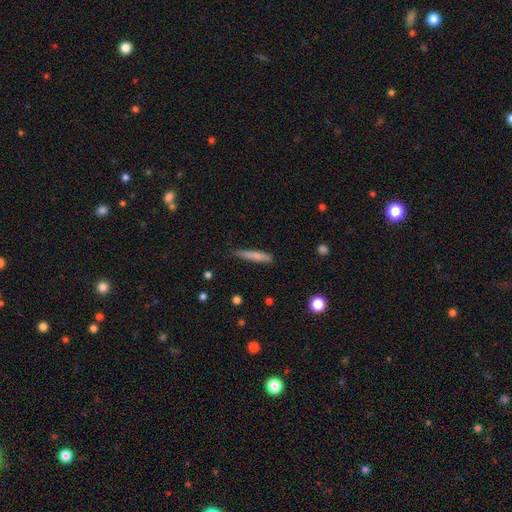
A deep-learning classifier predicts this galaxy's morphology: smooth_or_featured: smooth (p=0.76) [alt: featured or disk p=0.17]
how_rounded: cigar-shaped (p=0.91) [alt: in between p=0.08]
merging: none (p=0.70) [alt: minor disturbance p=0.24]